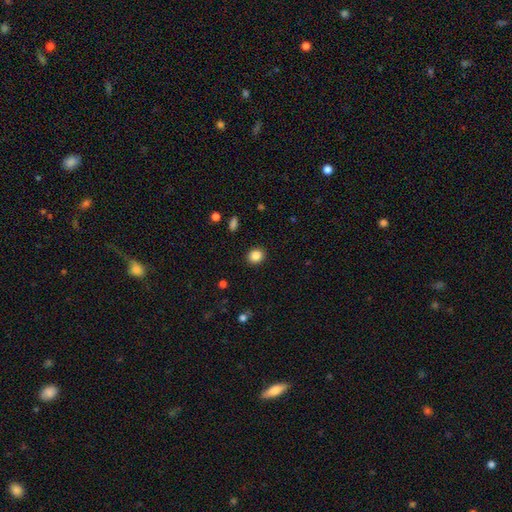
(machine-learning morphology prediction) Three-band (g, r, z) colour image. It shows a smooth galaxy with no disk features (86%) that is round (77%). Merging: none (91%).